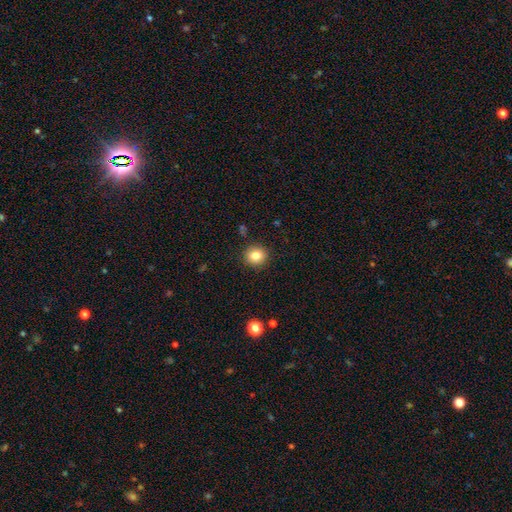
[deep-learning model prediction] A smooth galaxy with no disk features (83%) that is round (87%).

Vote fractions:
- Smooth or featured? smooth: 83% / star or artifact: 11% / featured or disk: 6%
- How rounded? round: 87% / in between: 12% / cigar-shaped: 1%
- Merging? none: 90% / minor disturbance: 7% / major disturbance: 2% / merger: 1%